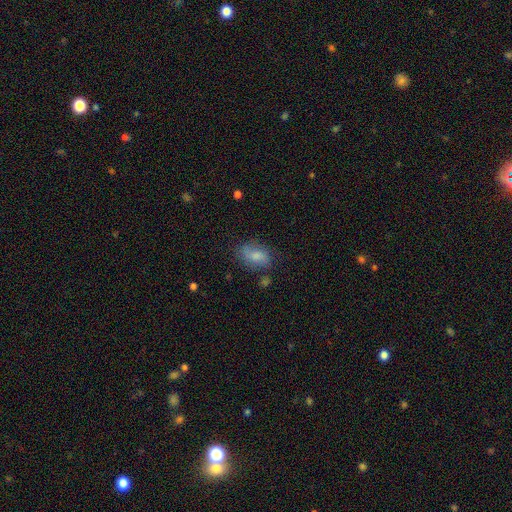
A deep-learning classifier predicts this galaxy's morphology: The model was most divided on "merging": none: 62%, minor disturbance: 25%, major disturbance: 10%, merger: 4%. More confident: how rounded — in between (85%); smooth or featured — smooth (74%).